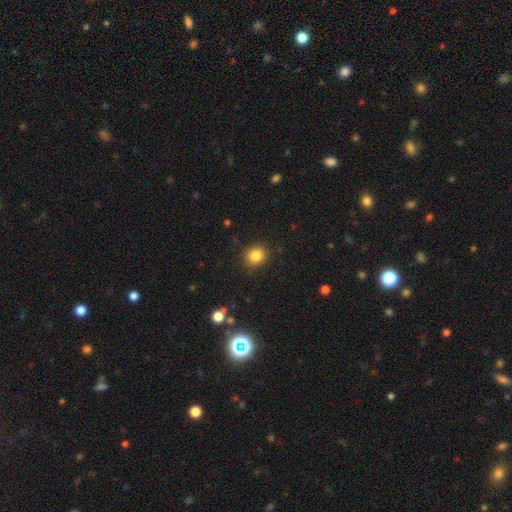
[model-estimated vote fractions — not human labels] smooth_or_featured: smooth (p=0.83) [alt: star or artifact p=0.11]
how_rounded: round (p=0.78) [alt: in between p=0.22]
merging: none (p=0.89) [alt: minor disturbance p=0.08]